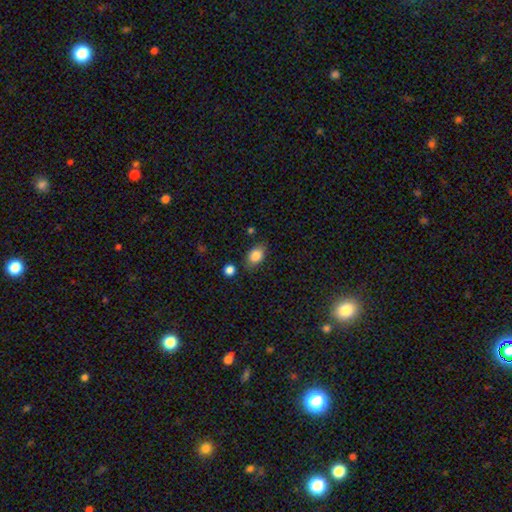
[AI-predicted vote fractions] Q: Smooth or featured?
A: smooth (85%); runner-up: star or artifact (8%)
Q: How rounded?
A: in between (83%); runner-up: round (16%)
Q: Merging?
A: none (78%); runner-up: minor disturbance (15%)